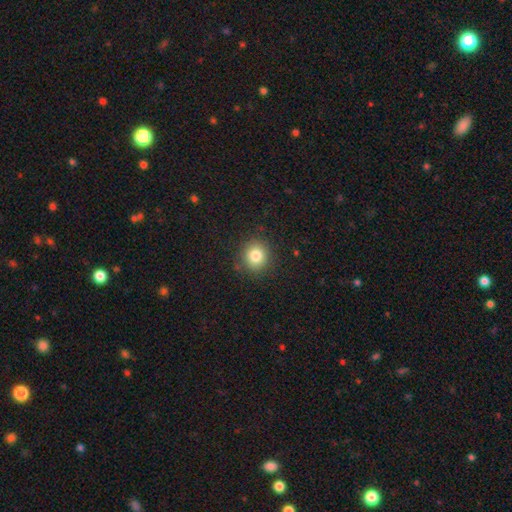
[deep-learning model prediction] This appears to be a smooth galaxy with no disk features (82%) that is round (85%). Merging: none (88%).